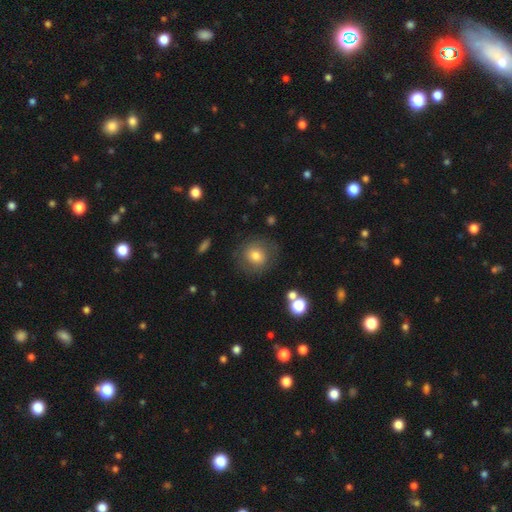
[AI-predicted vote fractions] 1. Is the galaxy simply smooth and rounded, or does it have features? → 64% smooth, 25% featured or disk, 10% star or artifact.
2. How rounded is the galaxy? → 85% round, 14% in between, 1% cigar-shaped.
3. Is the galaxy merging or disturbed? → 78% none, 13% minor disturbance, 7% major disturbance, 2% merger.